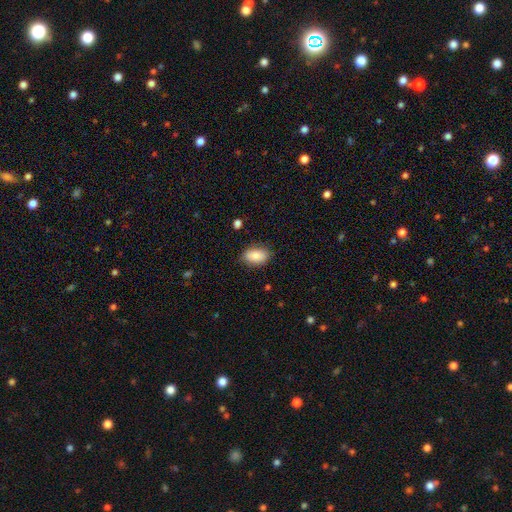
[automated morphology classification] This is clearly a smooth galaxy (83%). How rounded: clearly in between (87%). Merging: clearly none (81%).